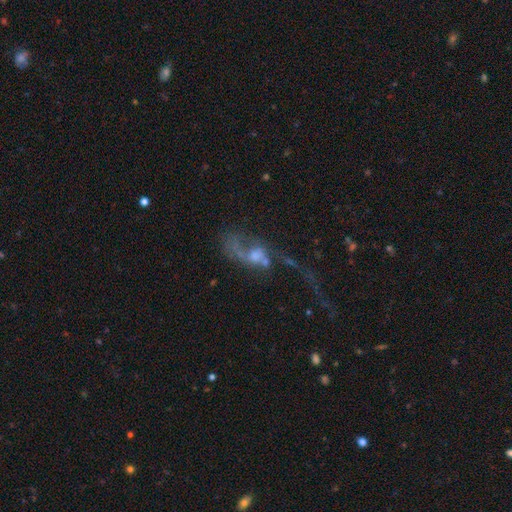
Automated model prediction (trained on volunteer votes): Overall: featured or disk (64%). Edge-on disk: no (93%). Bar: no (74%). Spiral arms: yes (58%; no 42%). Bulge size: moderate (42%; small 28%). Merging: major disturbance (47%; merger 25%).